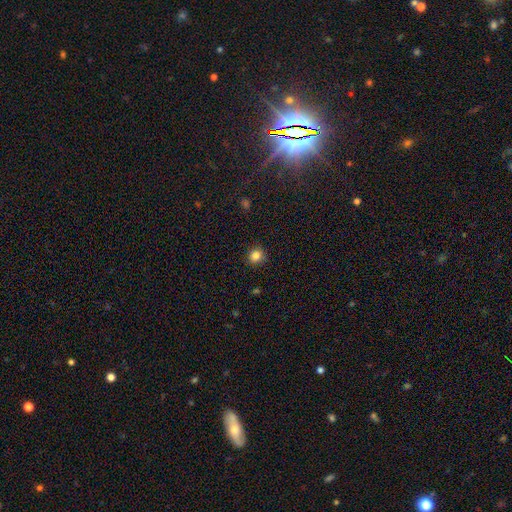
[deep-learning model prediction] Smooth or featured? Predicted: smooth (p=0.84). How rounded? Predicted: round (p=0.88). Merging? Predicted: none (p=0.89).